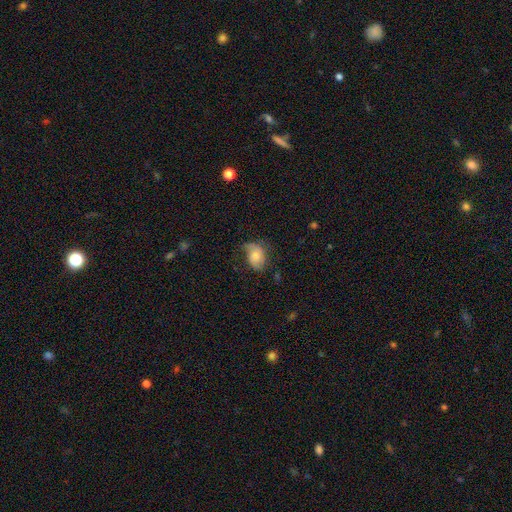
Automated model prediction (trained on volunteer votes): A smooth galaxy with no disk features (58%) that is in between round and cigar-shaped (71%).

Vote fractions:
- Smooth or featured? smooth: 58% / featured or disk: 33% / star or artifact: 9%
- How rounded? in between: 71% / round: 28% / cigar-shaped: 1%
- Merging? none: 46% / minor disturbance: 32% / major disturbance: 19% / merger: 2%